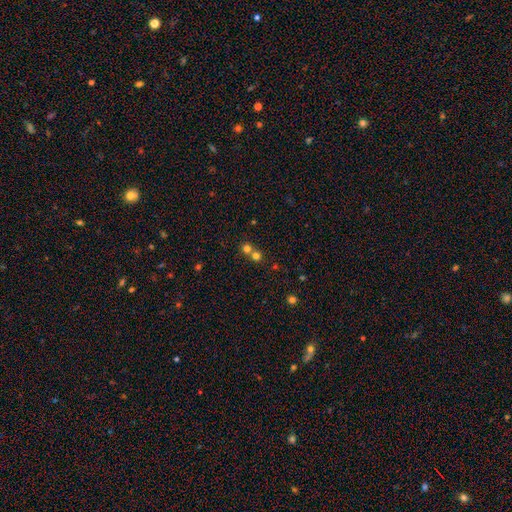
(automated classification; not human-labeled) This is likely a smooth galaxy (71%). How rounded: clearly round (89%). Merging: possibly none (47%).